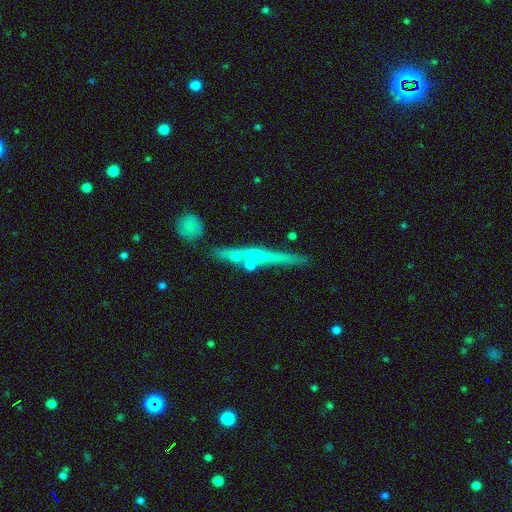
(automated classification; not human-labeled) This is likely a featured or disk galaxy (62%). It is clearly viewed edge-on (94%). Edge-on bulge: possibly rounded (58%). Merging: likely none (69%).